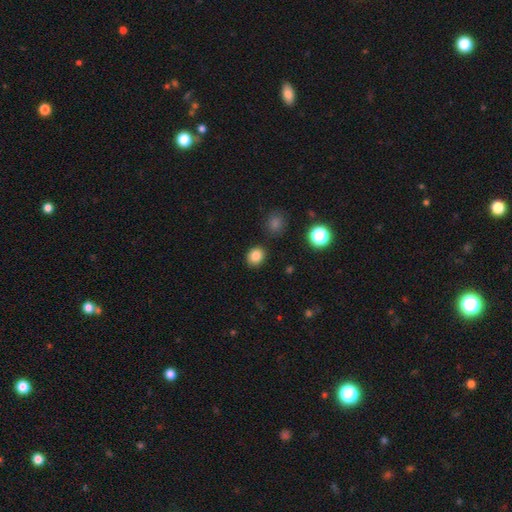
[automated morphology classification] smooth 85%, star or artifact 11%, featured or disk 4%. Down the decision tree: how rounded — round (66%); merging — none (86%).